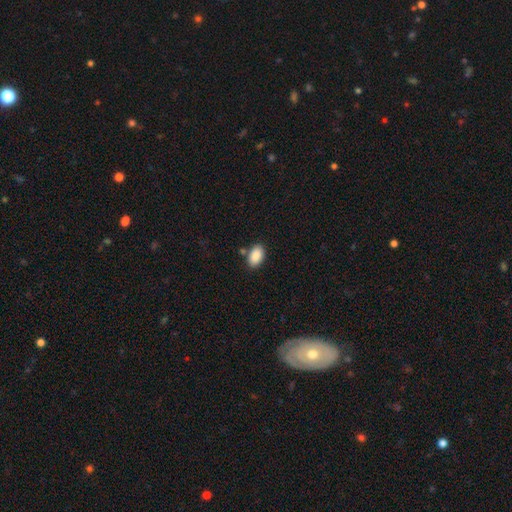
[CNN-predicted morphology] This is clearly a smooth galaxy (90%). How rounded: clearly in between (93%). Merging: likely none (79%).